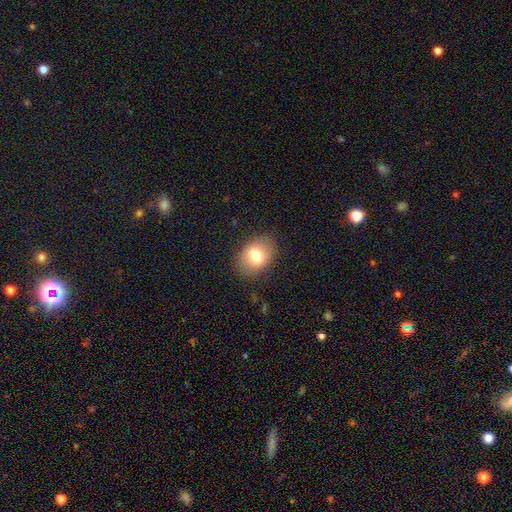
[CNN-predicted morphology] smooth 75%, featured or disk 16%, star or artifact 9%. Down the decision tree: how rounded — in between (71%); merging — none (83%).